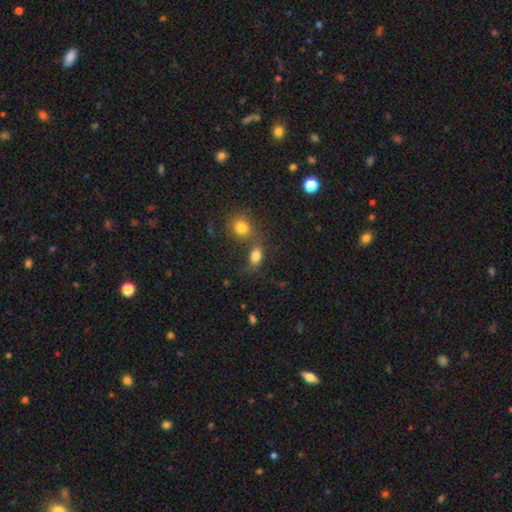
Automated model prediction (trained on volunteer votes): This appears to be a smooth galaxy with no disk features (80%) that is in between round and cigar-shaped (80%). Merging: none (43%).